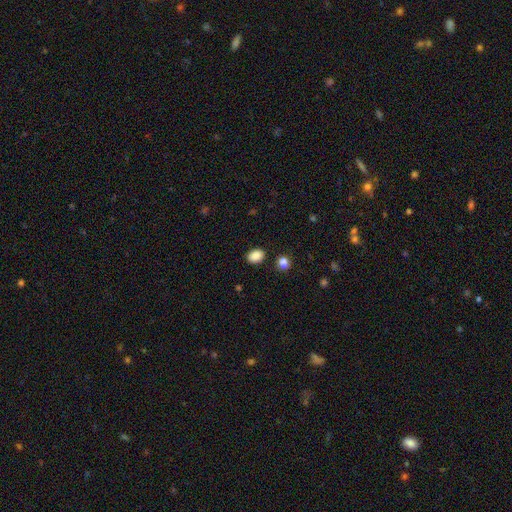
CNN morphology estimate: Q: Smooth or featured?
A: smooth (87%); runner-up: star or artifact (9%)
Q: How rounded?
A: in between (69%); runner-up: round (29%)
Q: Merging?
A: none (86%); runner-up: minor disturbance (9%)